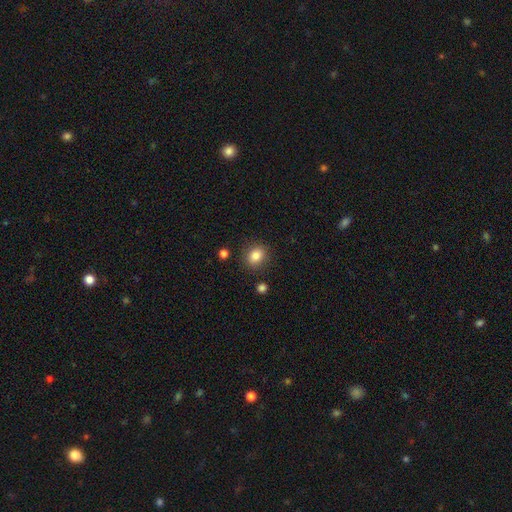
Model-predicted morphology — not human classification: smooth_or_featured: smooth (p=0.83) [alt: star or artifact p=0.10]
how_rounded: round (p=0.57) [alt: in between p=0.42]
merging: none (p=0.86) [alt: minor disturbance p=0.09]